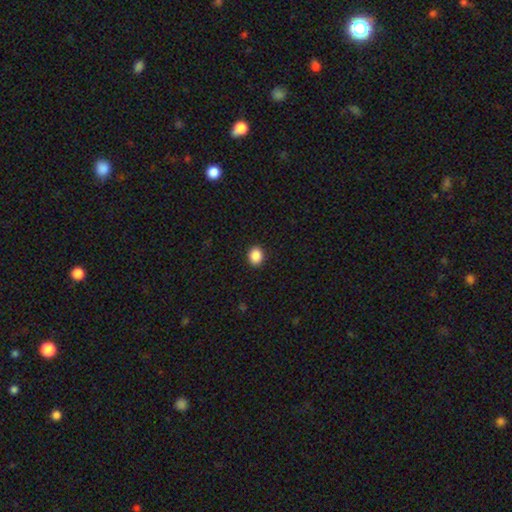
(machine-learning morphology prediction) Overall: smooth (88%). How rounded: round (57%; in between 42%). Merging: none (92%).